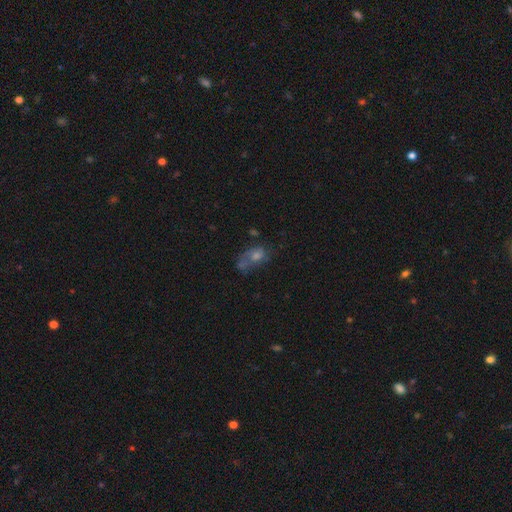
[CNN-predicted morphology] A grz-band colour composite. It shows a smooth galaxy with no disk features (46%). Merging: none (39%).